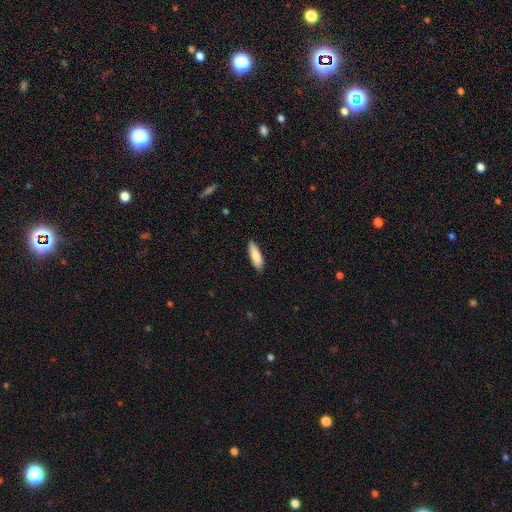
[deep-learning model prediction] This appears to be a smooth galaxy with no disk features (83%) that is cigar-shaped (53%). Merging: none (88%).